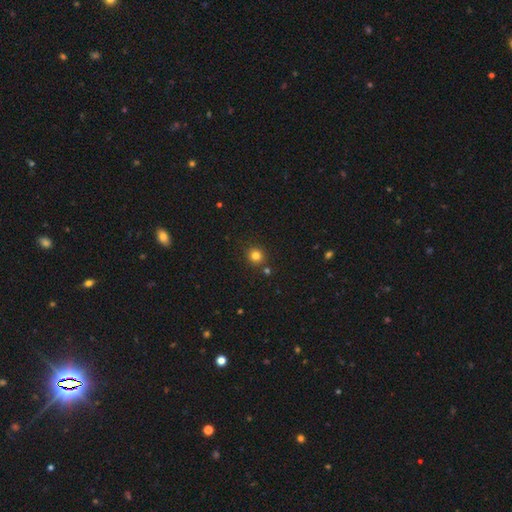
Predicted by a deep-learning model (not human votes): This is clearly a smooth galaxy (80%). How rounded: clearly round (90%). Merging: clearly none (83%).